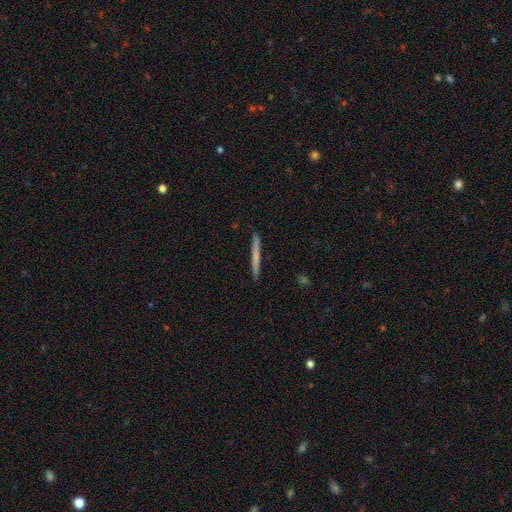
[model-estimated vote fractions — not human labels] Smooth or featured?
  - smooth: 61% *
  - featured or disk: 33%
  - star or artifact: 6%
How rounded?
  - cigar-shaped: 97% *
  - in between: 2%
  - round: 1%
Merging?
  - none: 92% *
  - minor disturbance: 6%
  - major disturbance: 1%
  - merger: 1%